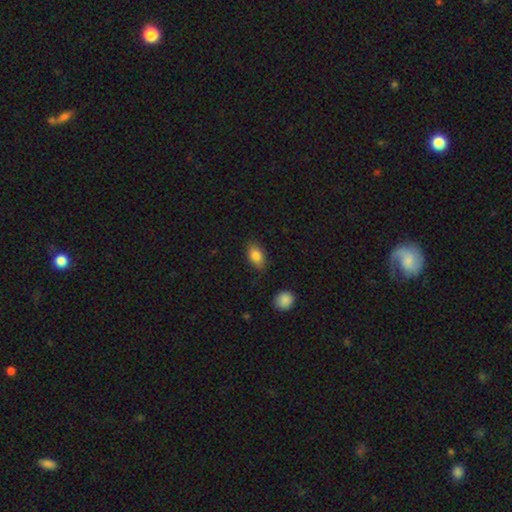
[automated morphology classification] Smooth or featured: smooth — 84% (featured or disk — 8%)
How rounded: in between — 89% (round — 9%)
Merging: none — 82% (minor disturbance — 13%)